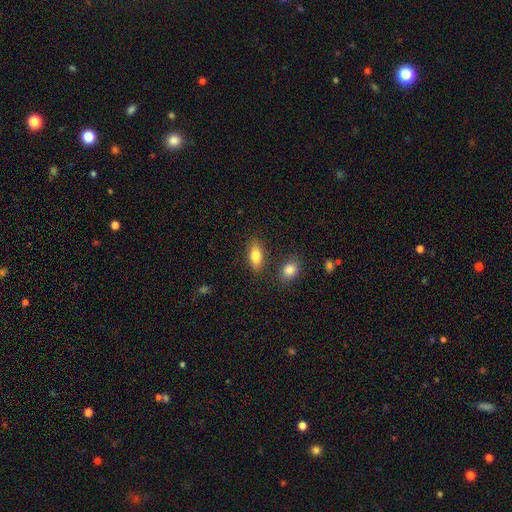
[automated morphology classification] This appears to be a smooth galaxy with no disk features (81%) that is in between round and cigar-shaped (84%). Merging: none (82%).